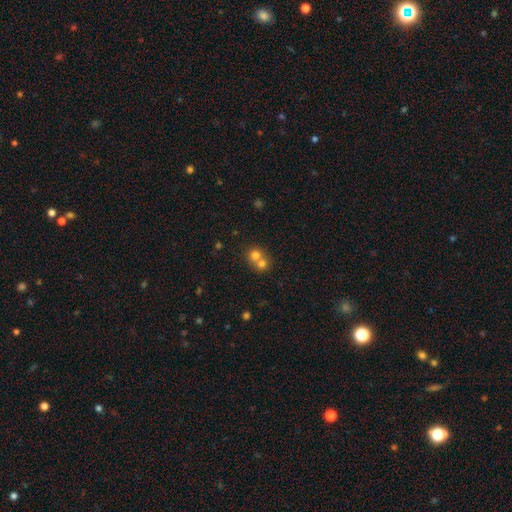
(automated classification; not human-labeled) Smooth or featured? smooth (72%)
How rounded? round (83%)
Merging? merger (61%)